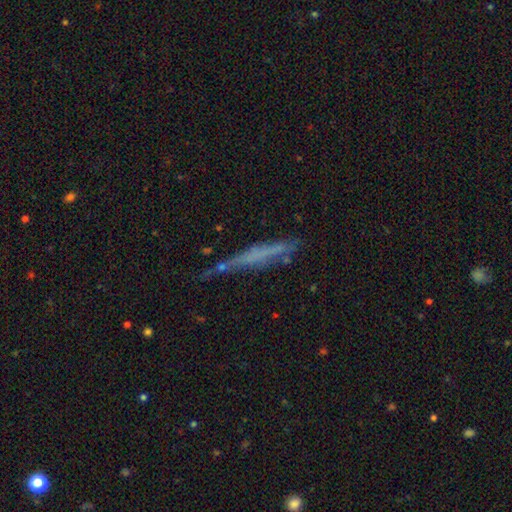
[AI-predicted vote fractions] The model was most divided on "smooth or featured": featured or disk: 52%, smooth: 39%, star or artifact: 9%. More confident: edge-on disk — yes (90%); merging — none (59%).